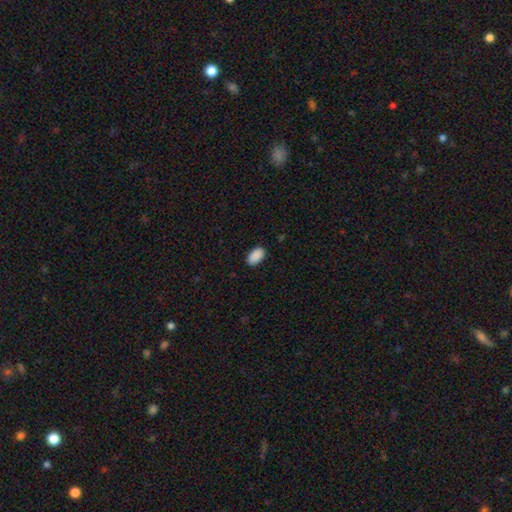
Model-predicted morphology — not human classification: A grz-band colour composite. It shows a smooth galaxy with no disk features (91%) that is in between round and cigar-shaped (94%). Merging: none (88%).